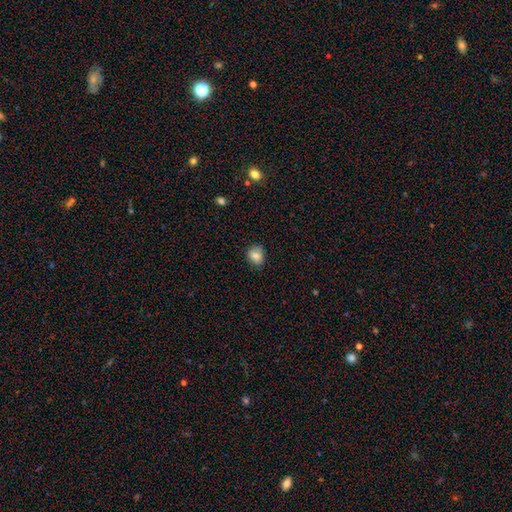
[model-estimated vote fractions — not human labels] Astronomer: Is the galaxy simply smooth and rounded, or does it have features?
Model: smooth — 82%.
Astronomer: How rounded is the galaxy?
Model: round — 53% (runner-up: in between, 46%).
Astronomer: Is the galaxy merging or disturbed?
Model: none — 73%.